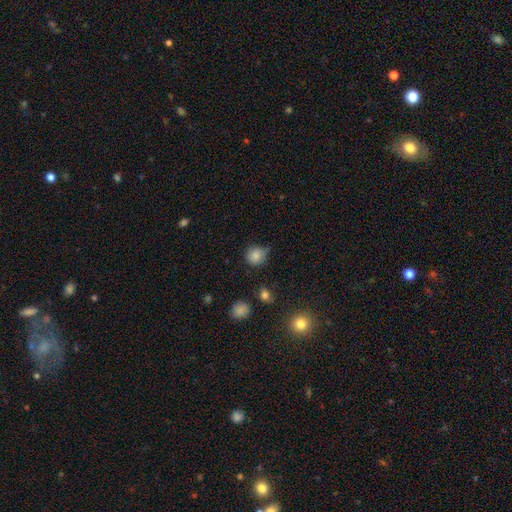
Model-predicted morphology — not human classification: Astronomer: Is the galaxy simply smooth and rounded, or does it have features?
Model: smooth — 83%.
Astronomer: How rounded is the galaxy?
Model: round — 90%.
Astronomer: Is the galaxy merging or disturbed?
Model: none — 70%.